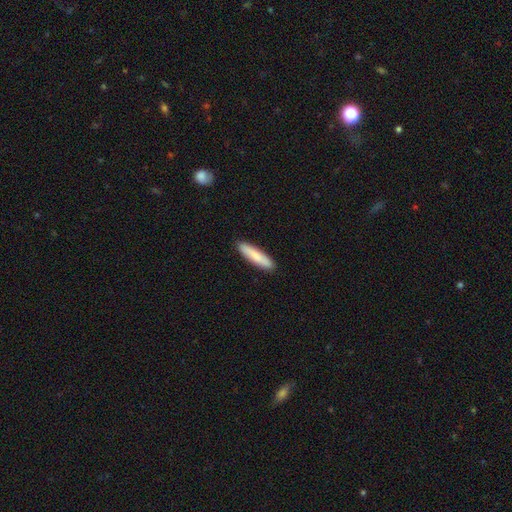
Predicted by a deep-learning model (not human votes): This appears to be a smooth galaxy with no disk features (83%) that is cigar-shaped (85%). Merging: none (91%).